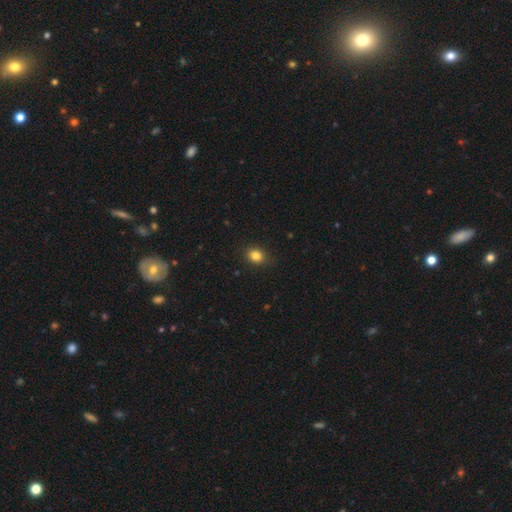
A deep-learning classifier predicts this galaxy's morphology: smooth-or-featured: smooth: 84% | star or artifact: 11% | featured or disk: 5%
  how-rounded: round: 53% | in between: 46% | cigar-shaped: 1%
  merging: none: 88% | minor disturbance: 9% | major disturbance: 2% | merger: 1%